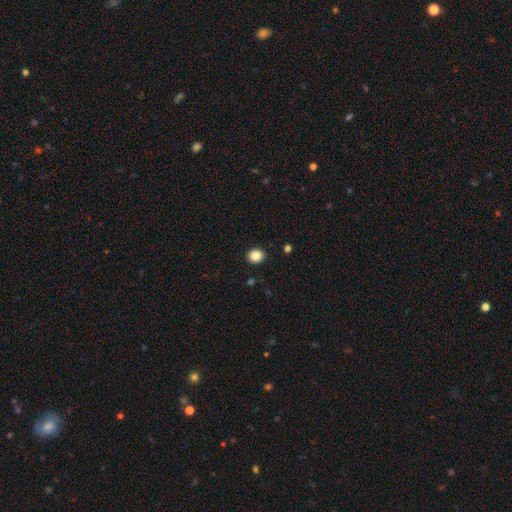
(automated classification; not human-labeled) A smooth galaxy with no disk features (84%) that is round (73%). Merging: none (91%).